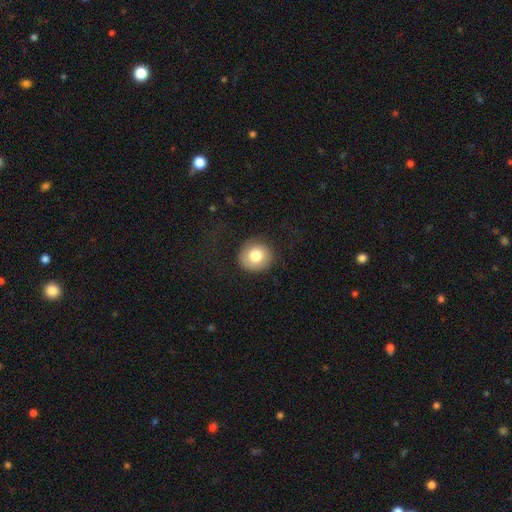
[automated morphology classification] Q: Smooth or featured?
A: smooth (80%); runner-up: featured or disk (12%)
Q: How rounded?
A: round (89%); runner-up: in between (10%)
Q: Merging?
A: none (81%); runner-up: minor disturbance (12%)